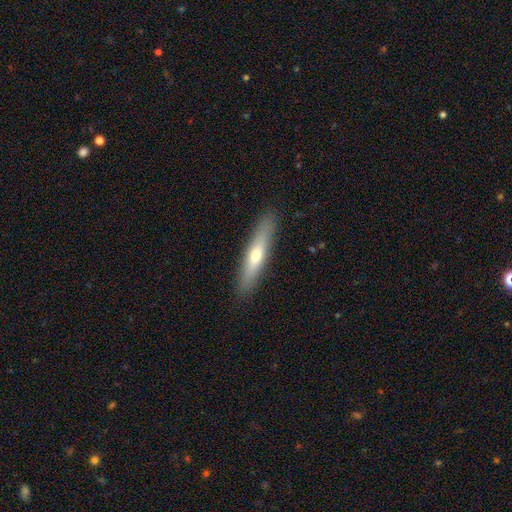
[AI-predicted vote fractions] The model was most divided on "smooth or featured": smooth: 57%, featured or disk: 37%, star or artifact: 6%. More confident: merging — none (90%); how rounded — cigar-shaped (85%).